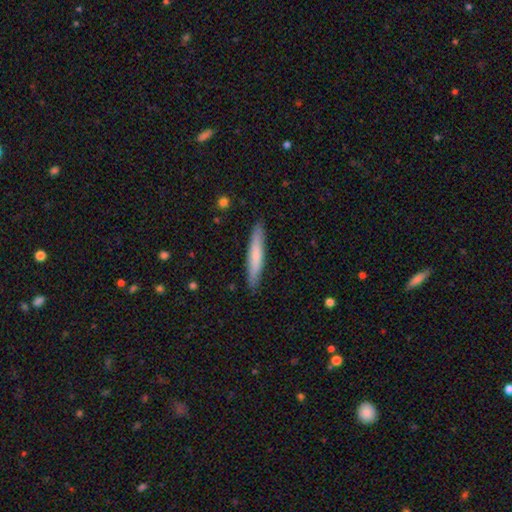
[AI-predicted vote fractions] Smooth or featured? smooth (67%)
How rounded? cigar-shaped (94%)
Merging? none (90%)